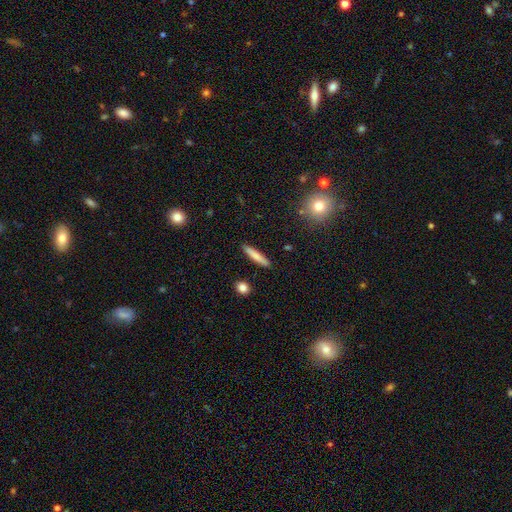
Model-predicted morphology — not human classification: Smooth or featured: smooth — 76% (featured or disk — 17%)
How rounded: cigar-shaped — 90% (in between — 9%)
Merging: none — 90% (minor disturbance — 6%)